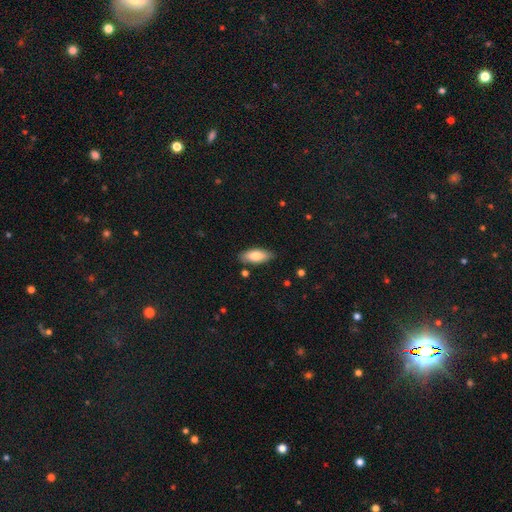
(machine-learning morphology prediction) smooth 79%, featured or disk 15%, star or artifact 6%. Down the decision tree: how rounded — in between (80%); merging — none (84%).